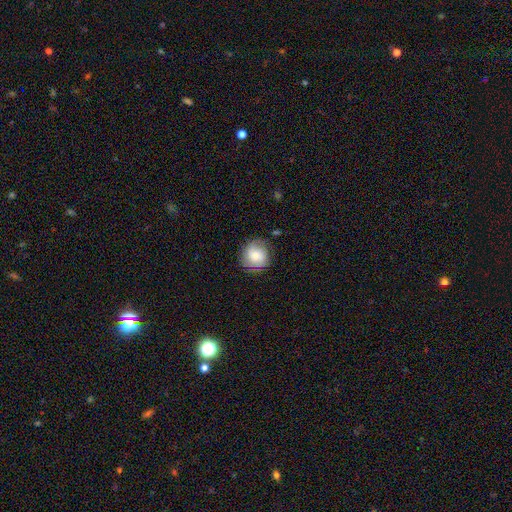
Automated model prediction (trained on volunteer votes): Smooth or featured: smooth — 69% (featured or disk — 23%)
How rounded: round — 87% (in between — 12%)
Merging: none — 75% (minor disturbance — 18%)